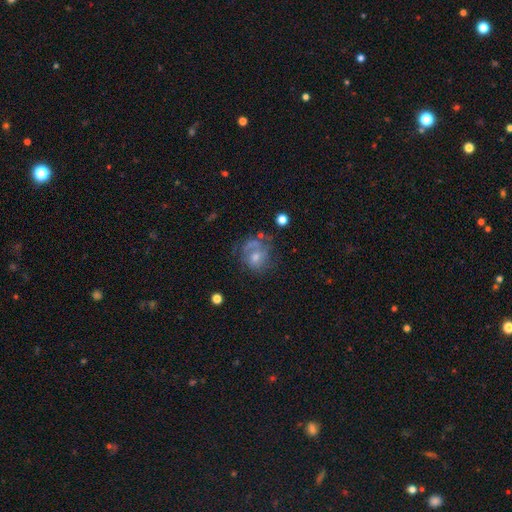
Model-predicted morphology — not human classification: The model was most divided on "smooth or featured": featured or disk: 50%, smooth: 38%, star or artifact: 12%. Remaining: edge-on disk — no (97%); merging — none (46%).